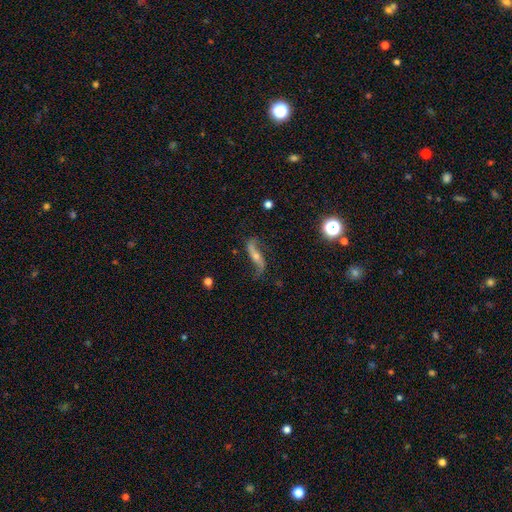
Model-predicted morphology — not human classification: The model was most divided on "bulge size": small: 51%, moderate: 40%, none: 5%, large: 3%, dominant: 2%. Remaining: spiral arms — yes (94%); spiral arm count — 2 (92%); spiral winding — loose (88%); edge-on disk — no (83%); smooth or featured — featured or disk (82%); merging — none (74%); bar — no (45%).